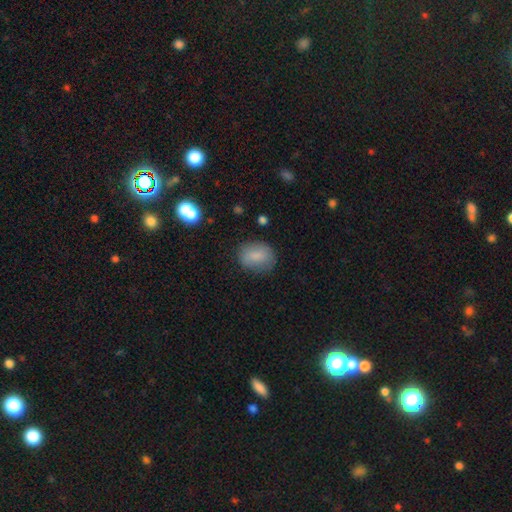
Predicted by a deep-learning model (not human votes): A smooth galaxy with no disk features (82%) that is in between round and cigar-shaped (62%). Merging: none (75%).